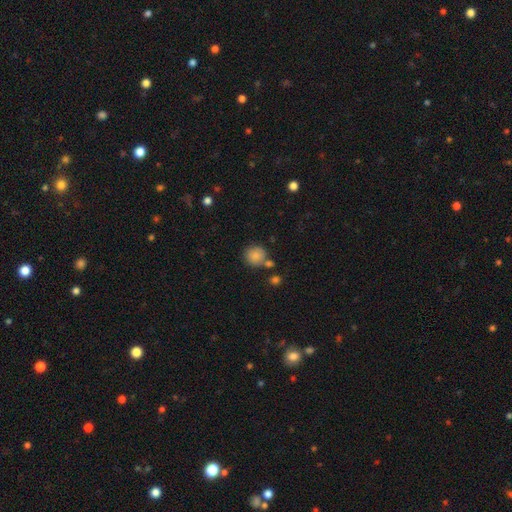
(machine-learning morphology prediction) type=smooth (85%); roundness=round (90%); merging=none (69%).